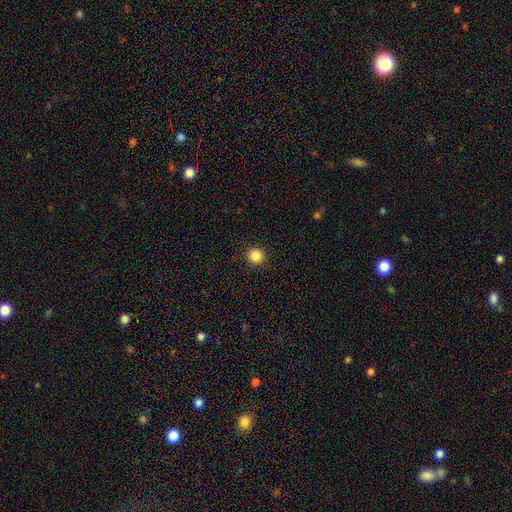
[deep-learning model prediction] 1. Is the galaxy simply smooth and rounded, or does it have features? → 86% smooth, 11% star or artifact, 3% featured or disk.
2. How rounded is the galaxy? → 96% round, 3% in between, 1% cigar-shaped.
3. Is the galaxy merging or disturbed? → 93% none, 4% minor disturbance, 2% major disturbance, 1% merger.